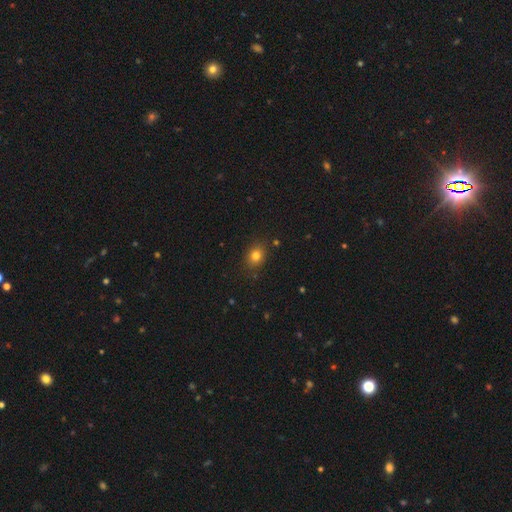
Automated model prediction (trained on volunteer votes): This appears to be a smooth galaxy with no disk features (79%) that is round (53%). Merging: none (85%).